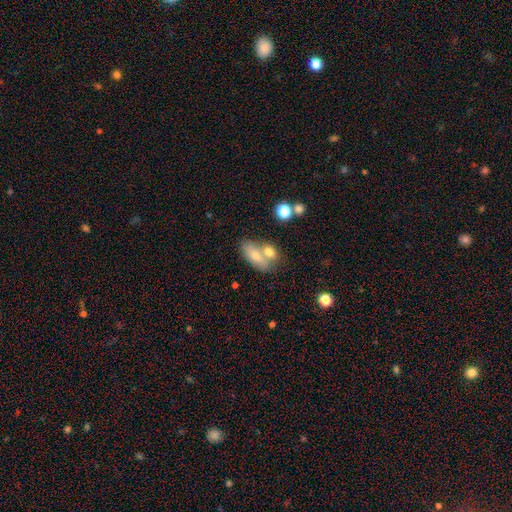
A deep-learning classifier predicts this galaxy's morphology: Overall: smooth (72%). How rounded: in between (80%). Merging: merger (47%; none 38%).